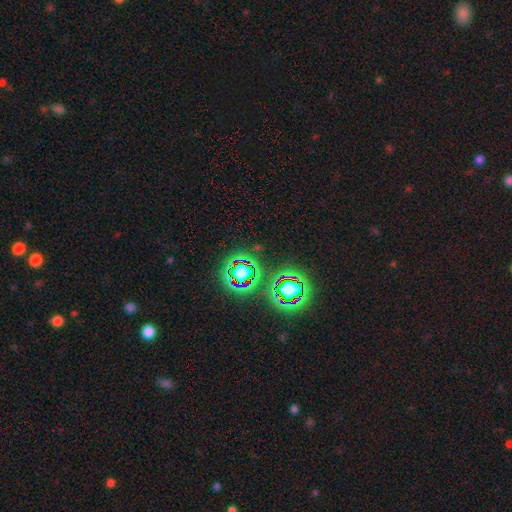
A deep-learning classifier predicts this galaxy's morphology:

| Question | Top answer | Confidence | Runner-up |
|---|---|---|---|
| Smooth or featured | star or artifact | 75% | smooth (16%) |